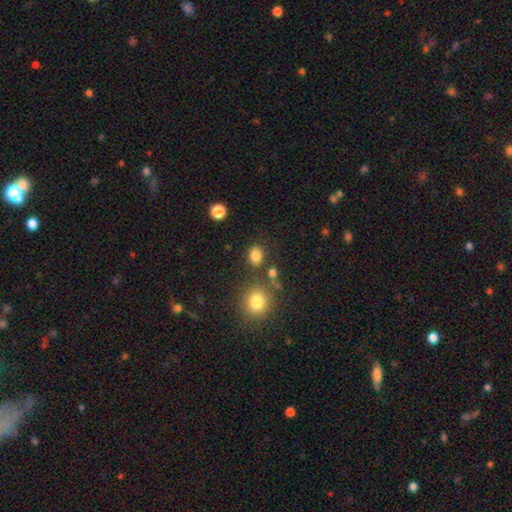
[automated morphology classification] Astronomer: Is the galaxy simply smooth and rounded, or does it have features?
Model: smooth — 82%.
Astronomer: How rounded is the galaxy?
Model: round — 54% (runner-up: in between, 45%).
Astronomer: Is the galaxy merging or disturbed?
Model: none — 77%.